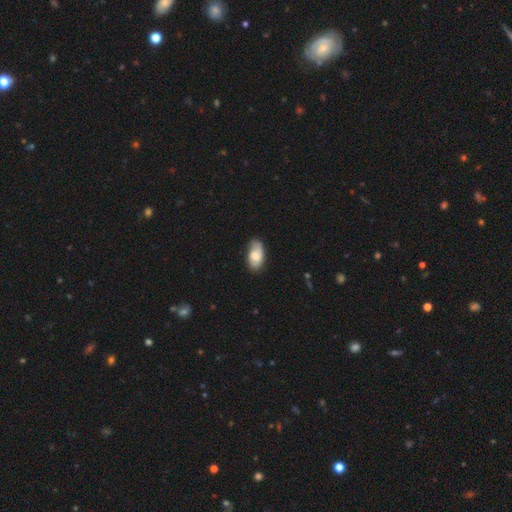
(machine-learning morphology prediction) Smooth or featured? Predicted: smooth (p=0.69). How rounded? Predicted: in between (p=0.94). Merging? Predicted: none (p=0.56).